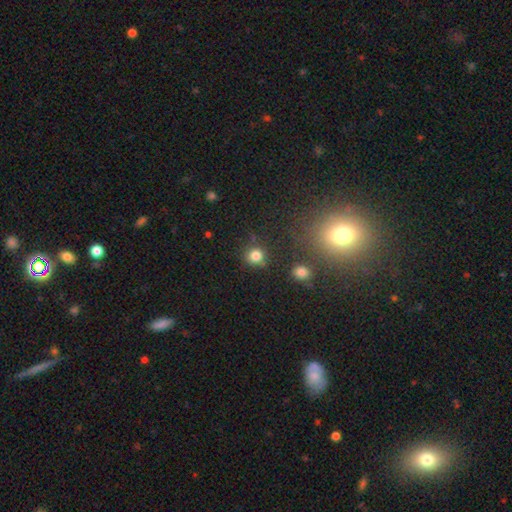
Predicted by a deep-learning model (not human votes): Morphology: type=smooth (82%); roundness=round (89%); merging=none (81%).